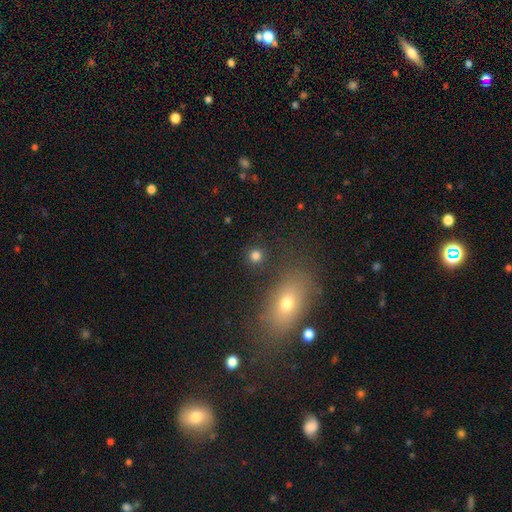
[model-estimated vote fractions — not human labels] Q: Smooth or featured?
A: smooth (81%); runner-up: star or artifact (14%)
Q: How rounded?
A: round (89%); runner-up: in between (10%)
Q: Merging?
A: none (84%); runner-up: minor disturbance (7%)